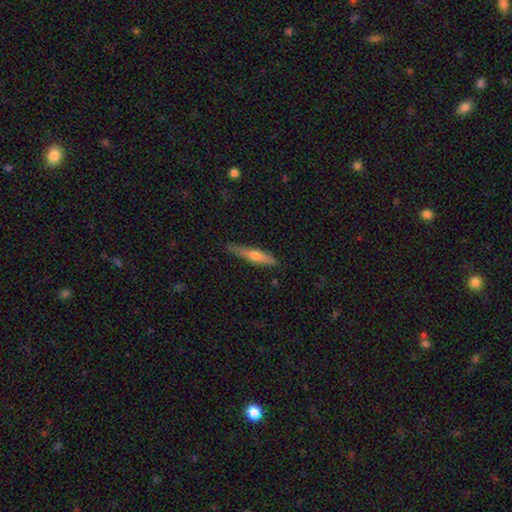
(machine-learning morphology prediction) This appears to be a featured or disk galaxy (48%). Merging: none (82%).